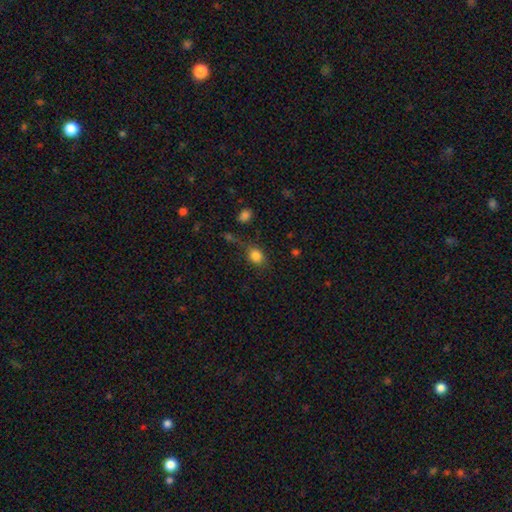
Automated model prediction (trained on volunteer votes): A smooth galaxy with no disk features (83%) that is round (52%).

Vote fractions:
- Smooth or featured? smooth: 83% / star or artifact: 11% / featured or disk: 6%
- How rounded? round: 52% / in between: 46% / cigar-shaped: 1%
- Merging? none: 68% / minor disturbance: 17% / major disturbance: 8% / merger: 7%